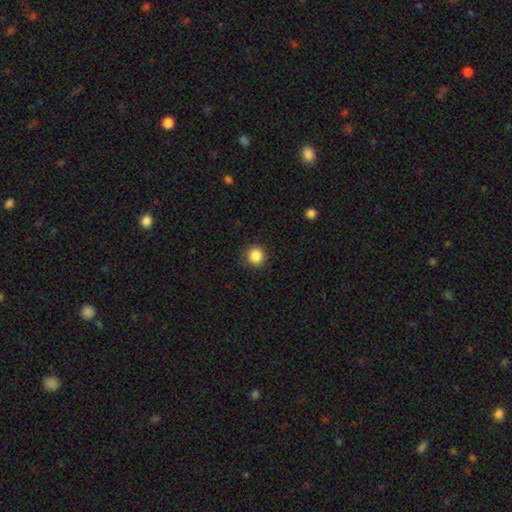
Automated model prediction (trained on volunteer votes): smooth 87%, star or artifact 10%, featured or disk 3%. Down the decision tree: how rounded — round (93%); merging — none (88%).